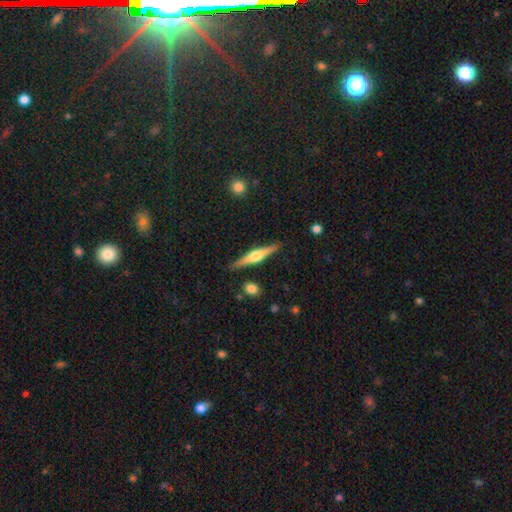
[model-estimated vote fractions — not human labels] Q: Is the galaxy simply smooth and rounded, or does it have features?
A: featured or disk — 69%.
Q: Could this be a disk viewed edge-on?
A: yes — 98%.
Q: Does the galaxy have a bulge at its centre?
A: rounded — 88%.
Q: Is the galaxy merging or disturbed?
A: none — 88%.